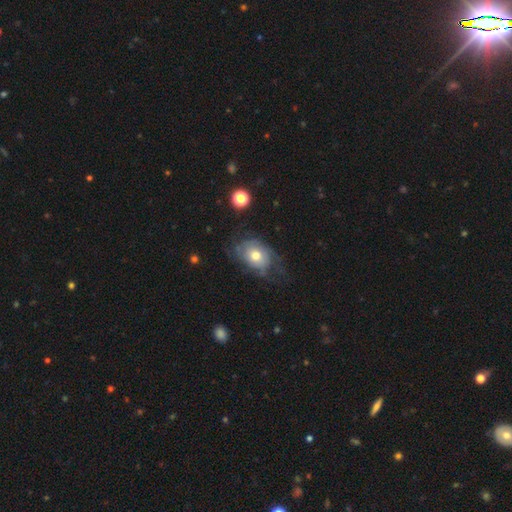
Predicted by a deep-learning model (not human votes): Smooth or featured? featured or disk (46%, tied with smooth)
Merging? none (48%)